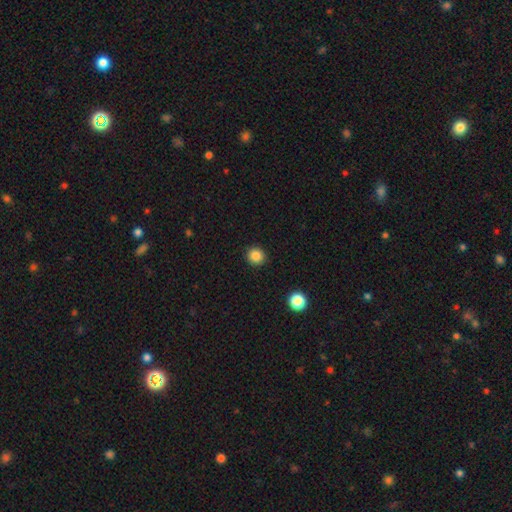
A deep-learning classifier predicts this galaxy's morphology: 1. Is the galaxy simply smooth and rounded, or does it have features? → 86% smooth, 11% star or artifact, 4% featured or disk.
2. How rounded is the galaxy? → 90% round, 9% in between, 1% cigar-shaped.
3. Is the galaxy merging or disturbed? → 92% none, 5% minor disturbance, 2% major disturbance, 1% merger.